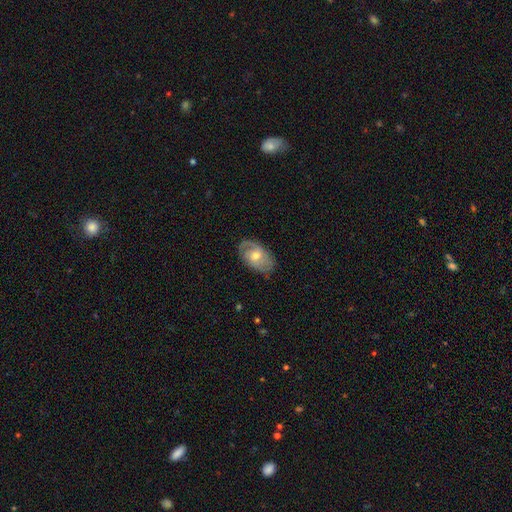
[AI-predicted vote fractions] Smooth or featured: featured or disk — 62% (smooth — 32%)
Edge-on disk: no — 94% (yes — 6%)
Bar: no — 60% (weak — 34%)
Spiral arms: yes — 83% (no — 17%)
Bulge size: moderate — 63% (small — 31%)
Merging: none — 73% (minor disturbance — 20%)